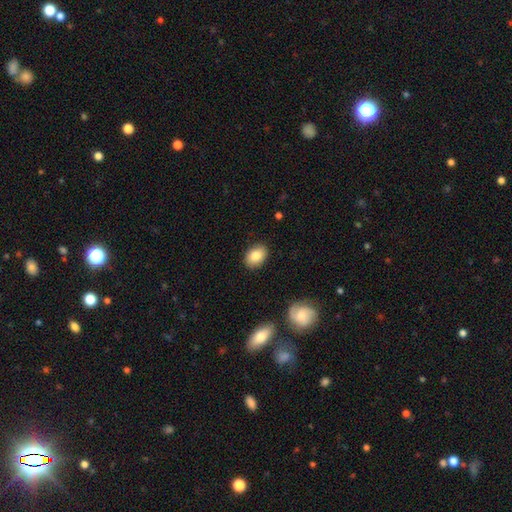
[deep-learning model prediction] The model was most divided on "how rounded": in between: 76%, round: 23%, cigar-shaped: 1%. More confident: merging — none (87%); smooth or featured — smooth (83%).